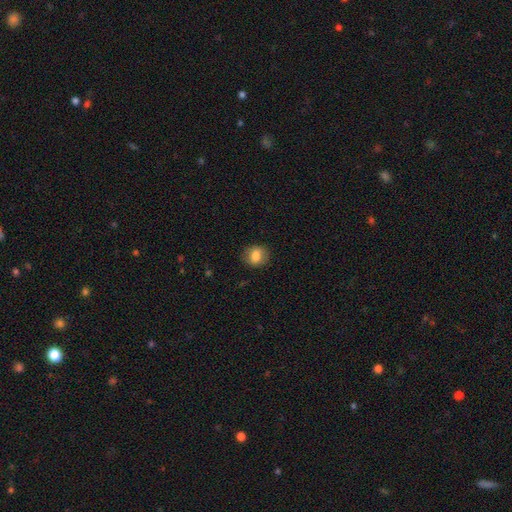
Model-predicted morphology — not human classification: A smooth galaxy with no disk features (79%) that is round (62%). Merging: none (84%).